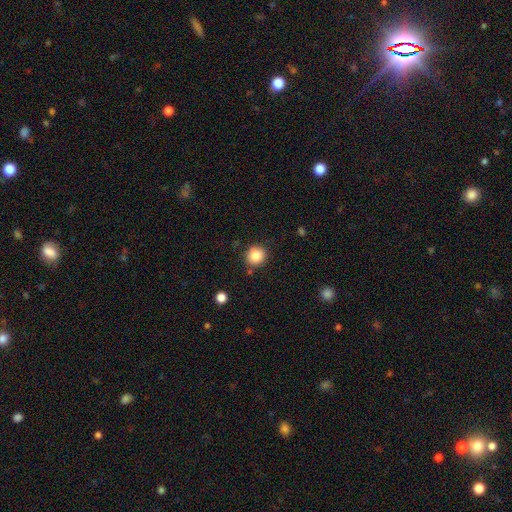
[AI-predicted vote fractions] smooth_or_featured: smooth (p=0.85) [alt: star or artifact p=0.10]
how_rounded: round (p=0.93) [alt: in between p=0.06]
merging: none (p=0.86) [alt: minor disturbance p=0.08]